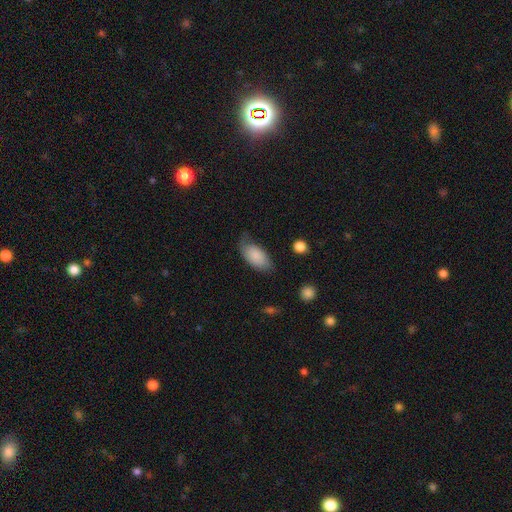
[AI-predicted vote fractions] Overall: smooth (82%). How rounded: in between (94%). Merging: none (54%; minor disturbance 33%).